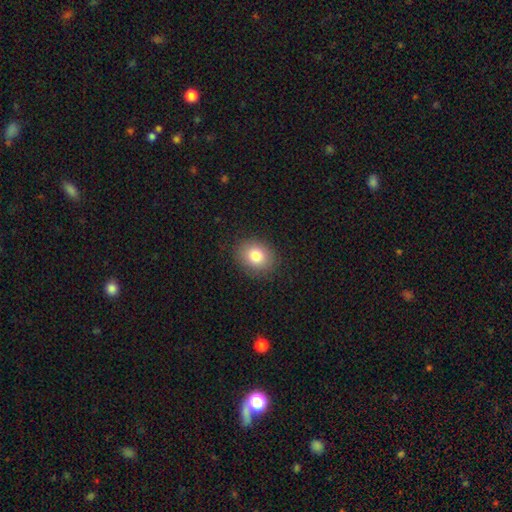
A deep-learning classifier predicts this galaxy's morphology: Smooth or featured? smooth (81%)
How rounded? round (60%)
Merging? none (88%)